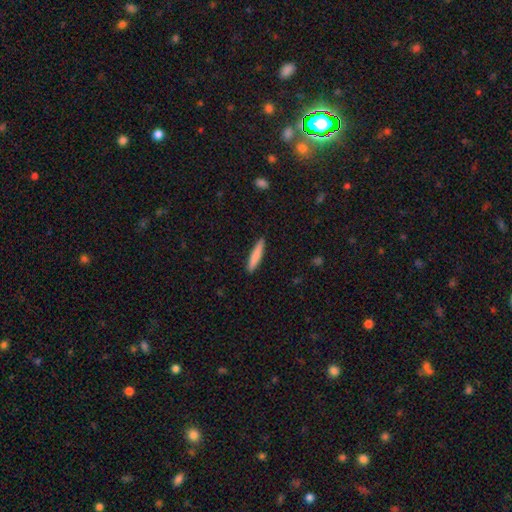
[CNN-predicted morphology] smooth-or-featured: smooth: 81% | featured or disk: 13% | star or artifact: 5%
  how-rounded: cigar-shaped: 91% | in between: 8% | round: 1%
  merging: none: 90% | minor disturbance: 7% | major disturbance: 1% | merger: 1%